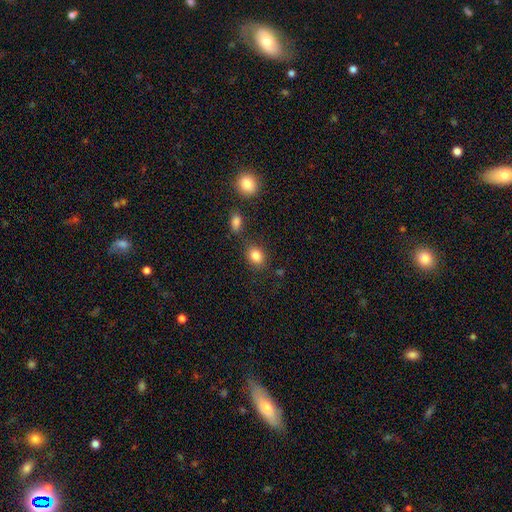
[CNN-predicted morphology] This is clearly a smooth galaxy (84%). How rounded: possibly in between (60%). Merging: likely none (77%).